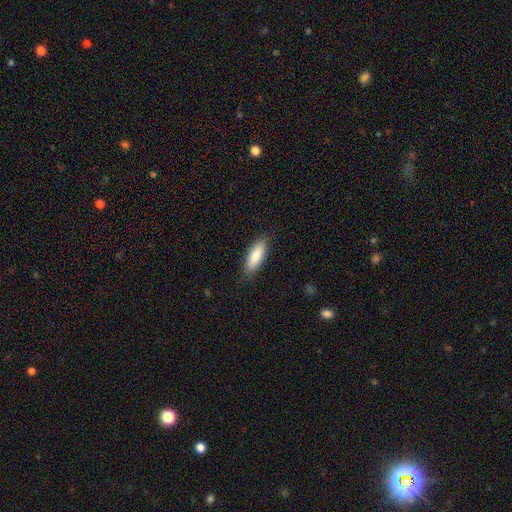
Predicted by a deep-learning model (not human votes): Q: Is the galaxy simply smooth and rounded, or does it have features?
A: smooth — 84%.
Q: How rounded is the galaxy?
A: in between — 64%.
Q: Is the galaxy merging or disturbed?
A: none — 82%.